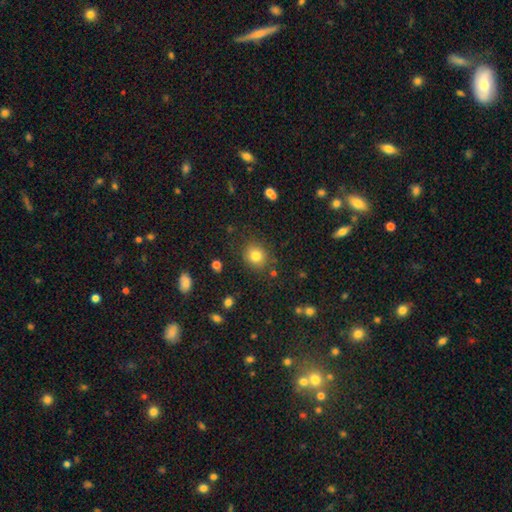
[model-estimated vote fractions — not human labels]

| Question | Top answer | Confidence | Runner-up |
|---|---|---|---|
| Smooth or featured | smooth | 80% | star or artifact (12%) |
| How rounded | round | 81% | in between (18%) |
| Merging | none | 84% | minor disturbance (10%) |